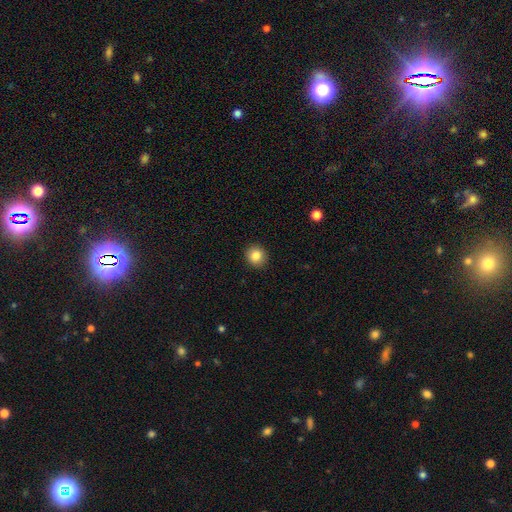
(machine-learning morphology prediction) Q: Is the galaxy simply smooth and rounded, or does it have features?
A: smooth — 85%.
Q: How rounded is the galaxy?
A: round — 86%.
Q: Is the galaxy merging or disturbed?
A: none — 91%.